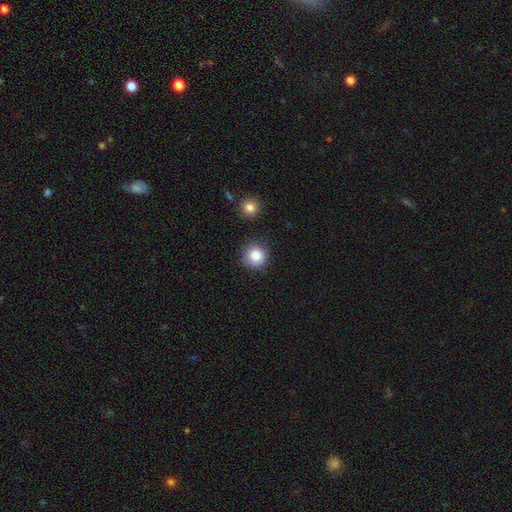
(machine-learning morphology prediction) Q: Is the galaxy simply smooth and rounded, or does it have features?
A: smooth — 85%.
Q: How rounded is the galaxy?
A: round — 94%.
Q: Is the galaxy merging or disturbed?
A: none — 85%.